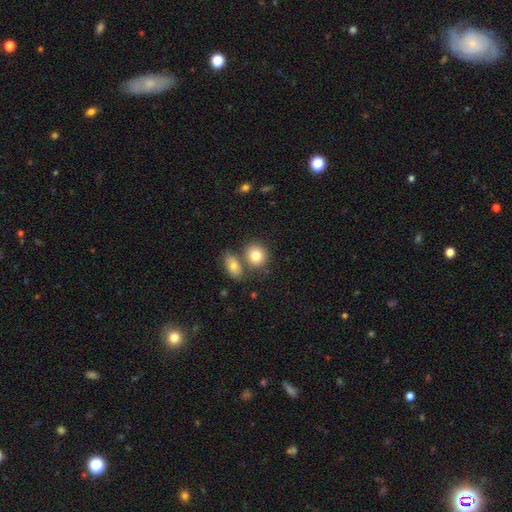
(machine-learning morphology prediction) Smooth or featured? smooth (80%)
How rounded? round (69%)
Merging? none (60%)